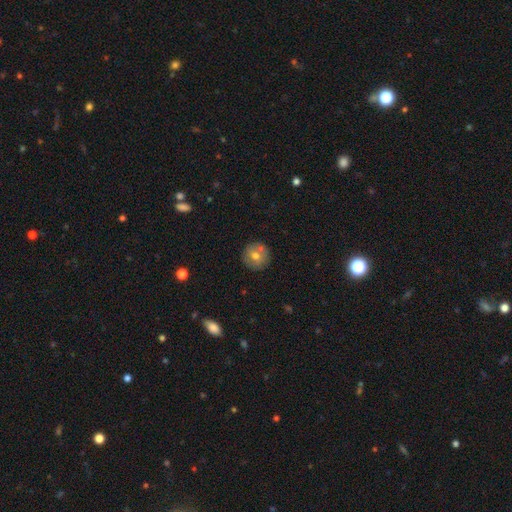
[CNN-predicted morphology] smooth 69%, featured or disk 21%, star or artifact 9%. Down the decision tree: how rounded — round (95%); merging — none (81%).